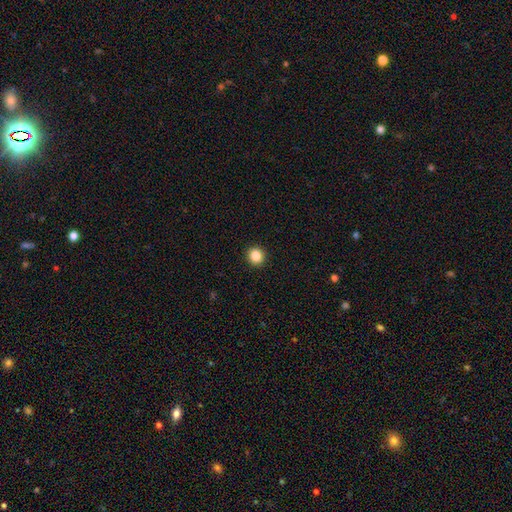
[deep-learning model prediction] Smooth or featured? Predicted: smooth (p=0.85). How rounded? Predicted: round (p=0.93). Merging? Predicted: none (p=0.94).